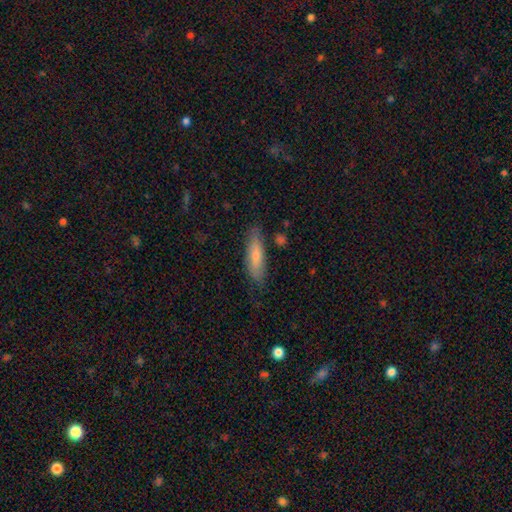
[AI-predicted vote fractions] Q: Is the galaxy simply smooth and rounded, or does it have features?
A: smooth — 66%.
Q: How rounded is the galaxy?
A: cigar-shaped — 62%.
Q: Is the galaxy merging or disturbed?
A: none — 77%.